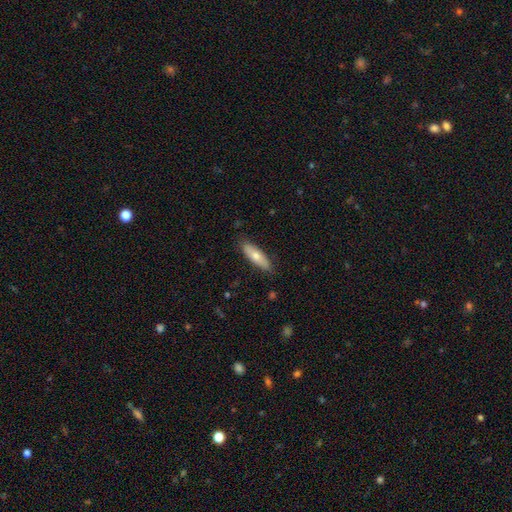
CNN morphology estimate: smooth_or_featured: smooth (p=0.66) [alt: featured or disk p=0.28]
how_rounded: cigar-shaped (p=0.52) [alt: in between p=0.46]
merging: none (p=0.85) [alt: minor disturbance p=0.11]